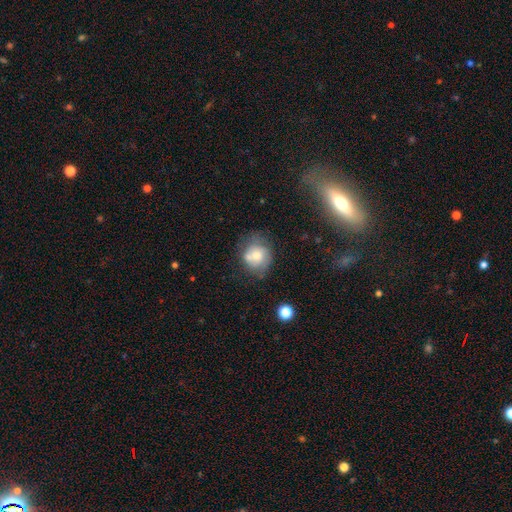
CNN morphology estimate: smooth-or-featured: smooth: 59% | featured or disk: 31% | star or artifact: 9%
  how-rounded: round: 75% | in between: 24% | cigar-shaped: 1%
  merging: none: 50% | minor disturbance: 25% | merger: 13% | major disturbance: 12%